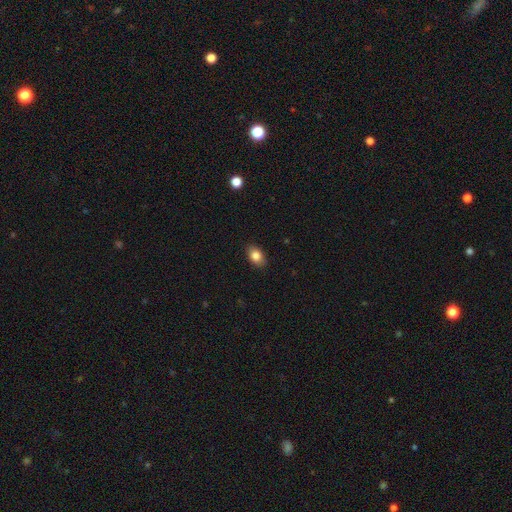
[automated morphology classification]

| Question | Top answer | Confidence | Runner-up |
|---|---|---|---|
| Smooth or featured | smooth | 85% | star or artifact (8%) |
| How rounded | in between | 82% | round (16%) |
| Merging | none | 87% | minor disturbance (9%) |